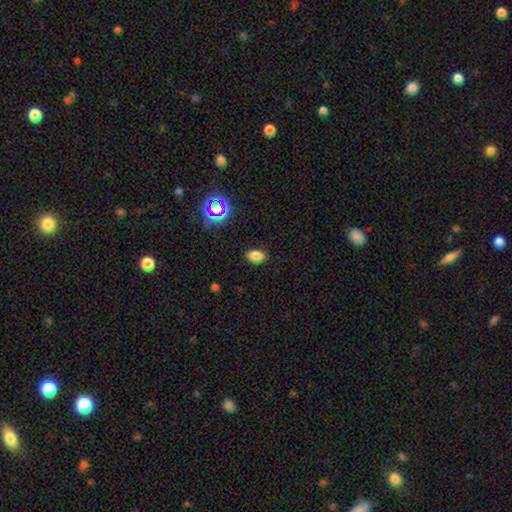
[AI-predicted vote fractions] Smooth or featured: smooth — 79% (star or artifact — 15%)
How rounded: in between — 87% (round — 11%)
Merging: none — 86% (minor disturbance — 10%)